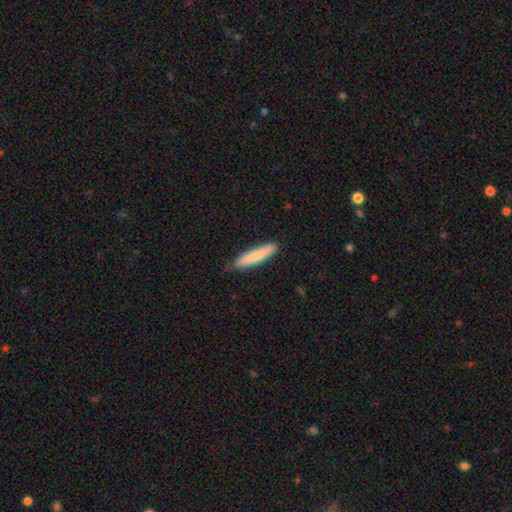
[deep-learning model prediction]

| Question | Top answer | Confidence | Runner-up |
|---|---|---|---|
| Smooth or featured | smooth | 81% | featured or disk (13%) |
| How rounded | cigar-shaped | 88% | in between (11%) |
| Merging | none | 79% | minor disturbance (17%) |